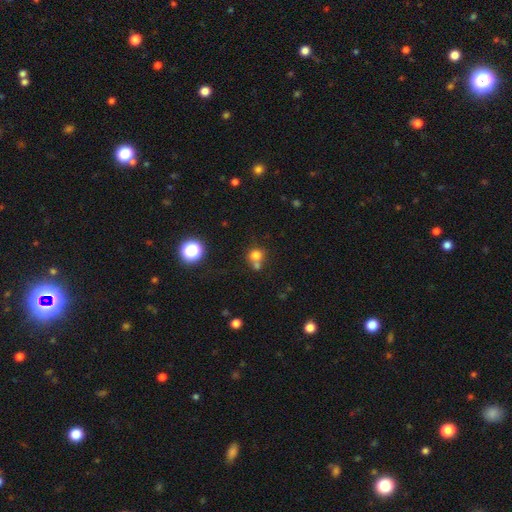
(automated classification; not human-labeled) Smooth or featured? smooth (74%)
How rounded? round (83%)
Merging? none (48%)